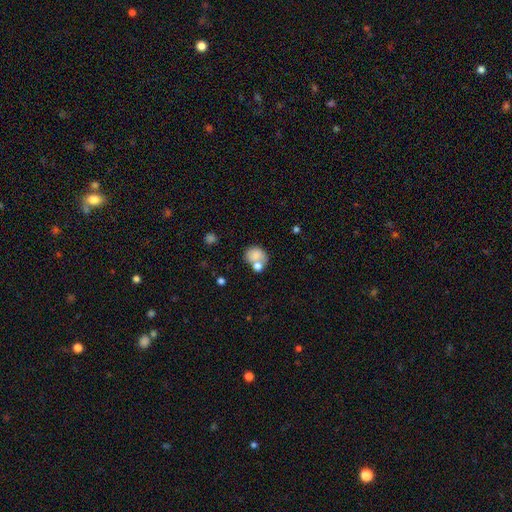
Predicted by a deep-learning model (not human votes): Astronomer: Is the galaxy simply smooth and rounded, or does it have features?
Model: smooth — 76%.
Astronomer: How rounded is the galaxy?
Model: round — 66%.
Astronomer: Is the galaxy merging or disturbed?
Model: none — 43% (runner-up: merger, 33%).